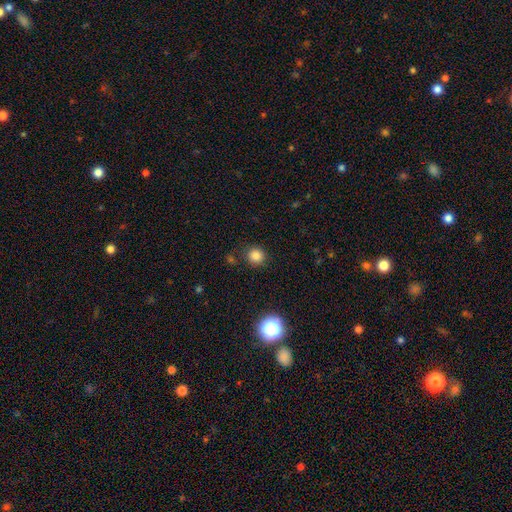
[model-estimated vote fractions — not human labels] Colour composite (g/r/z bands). It shows a smooth galaxy with no disk features (82%) that is round (90%). Merging: none (86%).